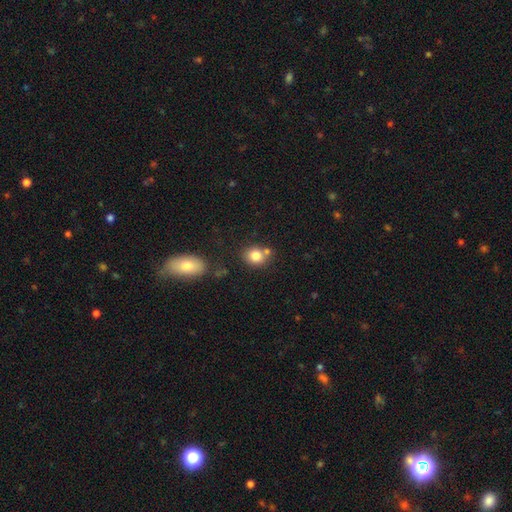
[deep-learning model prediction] A smooth galaxy with no disk features (81%) that is round (71%).

Vote fractions:
- Smooth or featured? smooth: 81% / star or artifact: 10% / featured or disk: 9%
- How rounded? round: 71% / in between: 28% / cigar-shaped: 1%
- Merging? none: 63% / merger: 20% / minor disturbance: 13% / major disturbance: 4%